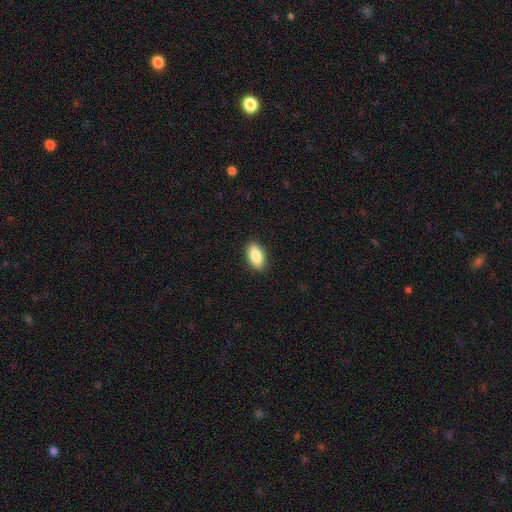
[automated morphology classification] Smooth or featured: smooth — 85% (featured or disk — 8%)
How rounded: in between — 90% (cigar-shaped — 6%)
Merging: none — 89% (minor disturbance — 8%)